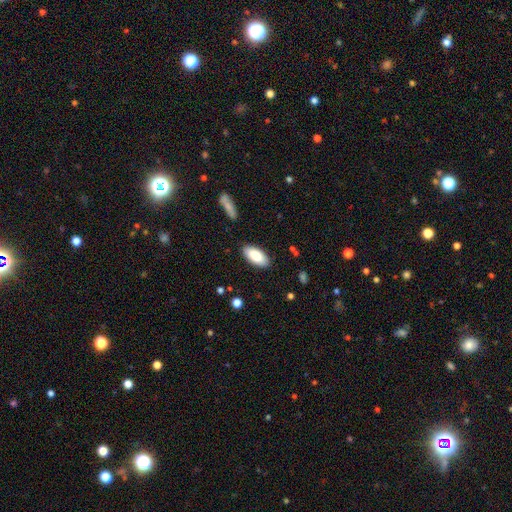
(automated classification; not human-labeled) Smooth or featured: smooth — 84% (featured or disk — 10%)
How rounded: in between — 91% (cigar-shaped — 7%)
Merging: none — 87% (minor disturbance — 9%)